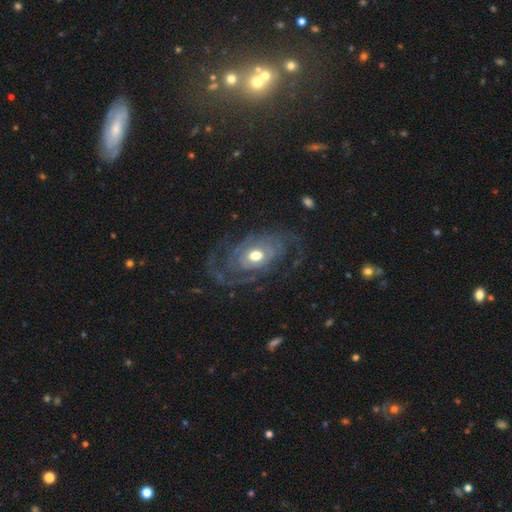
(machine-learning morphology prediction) Smooth or featured?
  - featured or disk: 84% *
  - smooth: 11%
  - star or artifact: 5%
Edge-on disk?
  - no: 95% *
  - yes: 5%
Bar?
  - no: 75% *
  - weak: 20%
  - strong: 6%
Spiral arms?
  - yes: 86% *
  - no: 14%
Spiral winding?
  - tight: 52% *
  - medium: 32%
  - loose: 16%
Spiral arm count?
  - can't tell: 33% *
  - 2: 31%
  - 3: 15%
  - 4: 8%
  - 1: 7%
  - more than 4: 6%
Bulge size?
  - moderate: 73% *
  - large: 14%
  - small: 11%
  - dominant: 1%
  - none: 1%
Merging?
  - none: 66% *
  - minor disturbance: 17%
  - major disturbance: 16%
  - merger: 1%